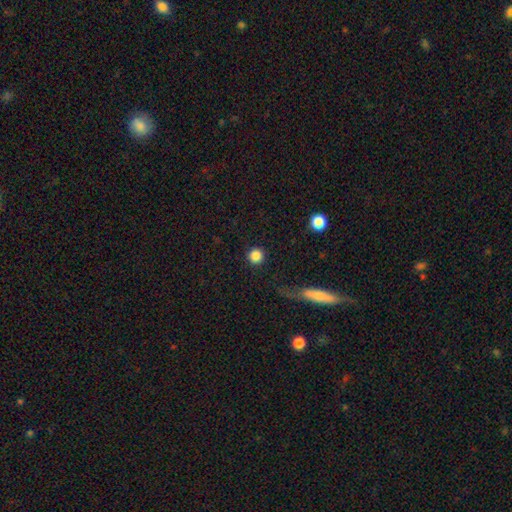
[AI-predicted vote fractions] Smooth or featured? Predicted: smooth (p=0.86). How rounded? Predicted: round (p=0.95). Merging? Predicted: none (p=0.91).